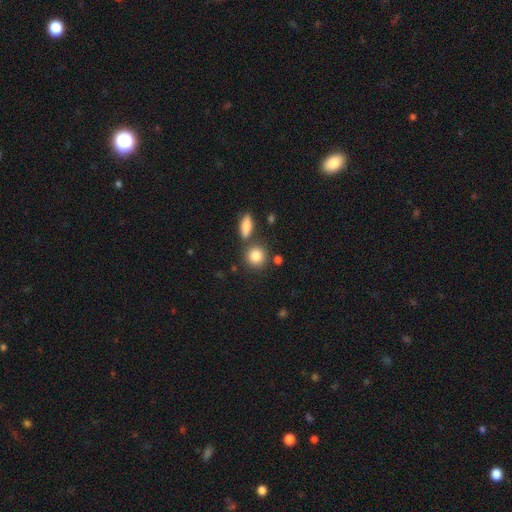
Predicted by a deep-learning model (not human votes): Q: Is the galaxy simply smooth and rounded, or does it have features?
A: smooth — 85%.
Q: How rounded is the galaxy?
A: round — 81%.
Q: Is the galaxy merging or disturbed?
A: none — 71%.